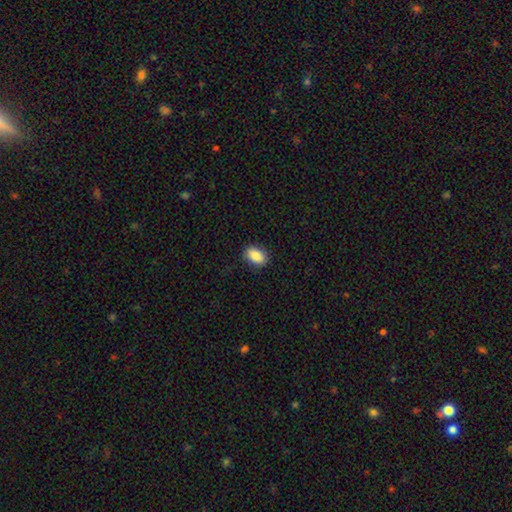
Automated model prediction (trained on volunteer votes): Smooth or featured: smooth — 88% (star or artifact — 7%)
How rounded: in between — 87% (round — 11%)
Merging: none — 88% (minor disturbance — 9%)